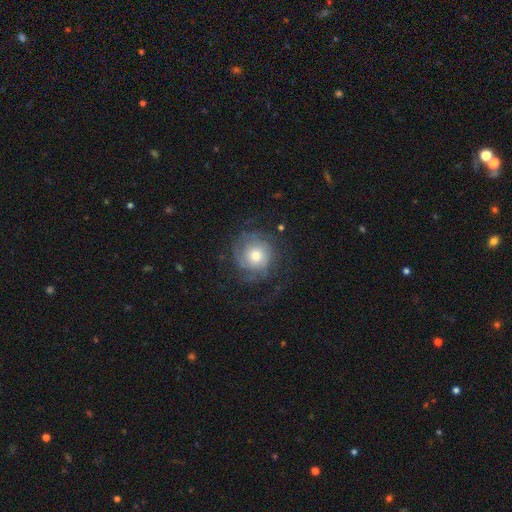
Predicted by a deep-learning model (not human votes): This is likely a featured or disk galaxy (64%). It is clearly not viewed edge-on (97%). Bar: clearly no (81%). Spiral arm pattern: clearly yes (87%). Spiral arm count: marginally can't tell (43%). Spiral winding: possibly tight (60%). Central bulge: likely moderate (62%). Merging: likely none (66%).